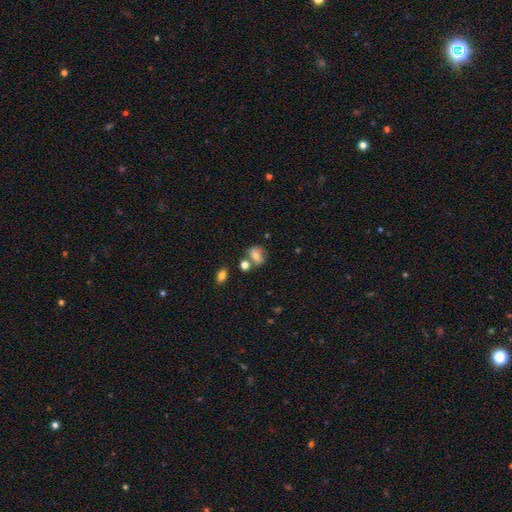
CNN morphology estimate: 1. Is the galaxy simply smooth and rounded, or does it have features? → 66% smooth, 23% featured or disk, 11% star or artifact.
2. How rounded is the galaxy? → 49% in between, 48% round, 2% cigar-shaped.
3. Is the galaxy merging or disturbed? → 58% none, 20% merger, 16% minor disturbance, 5% major disturbance.